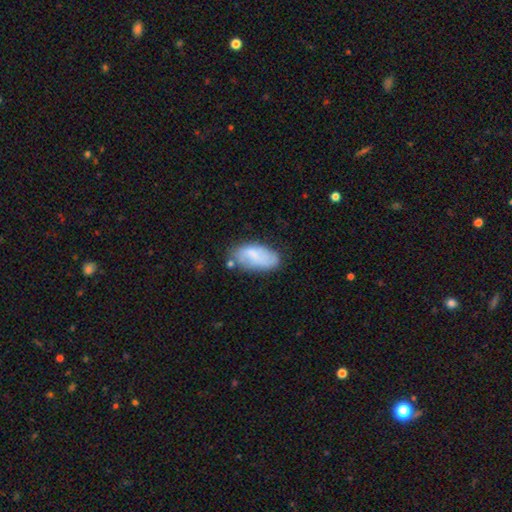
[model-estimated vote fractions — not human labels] A smooth galaxy with no disk features (68%) that is in between round and cigar-shaped (92%). Merging: none (59%).